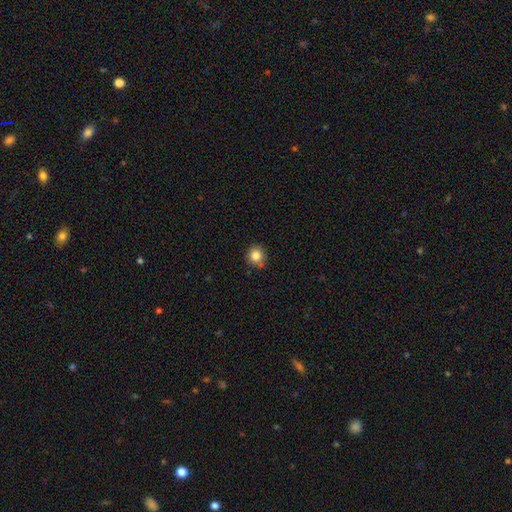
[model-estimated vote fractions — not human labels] This is clearly a smooth galaxy (84%). How rounded: clearly round (93%). Merging: likely none (79%).